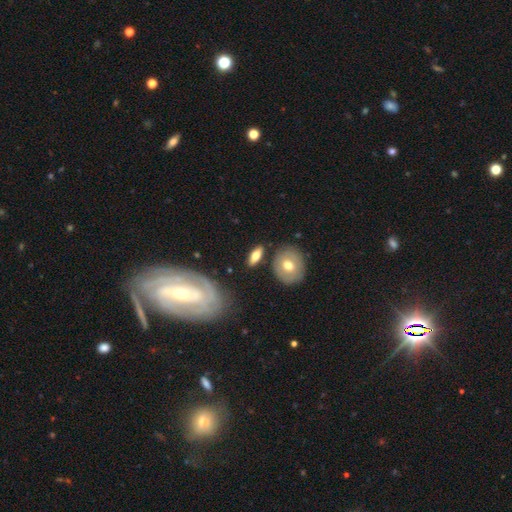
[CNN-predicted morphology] smooth_or_featured: smooth (p=0.65) [alt: featured or disk p=0.29]
how_rounded: in between (p=0.73) [alt: cigar-shaped p=0.20]
merging: none (p=0.79) [alt: minor disturbance p=0.12]